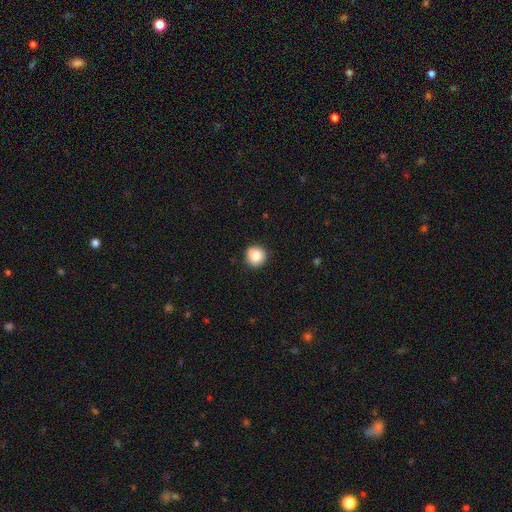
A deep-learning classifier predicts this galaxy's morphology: Smooth or featured? smooth (86%)
How rounded? round (94%)
Merging? none (89%)